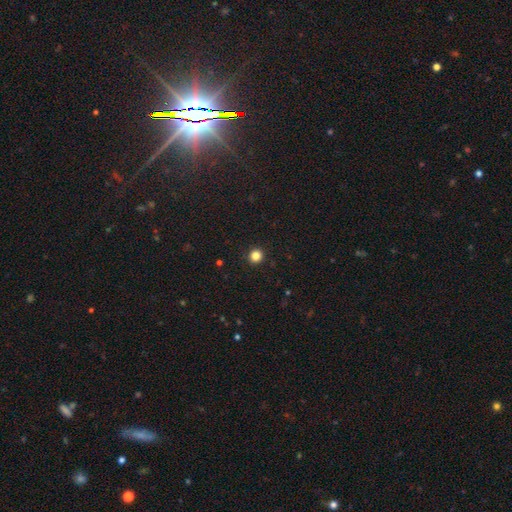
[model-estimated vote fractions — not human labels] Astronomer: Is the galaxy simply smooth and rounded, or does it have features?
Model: smooth — 84%.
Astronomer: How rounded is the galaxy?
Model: round — 93%.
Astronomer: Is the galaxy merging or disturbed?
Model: none — 93%.